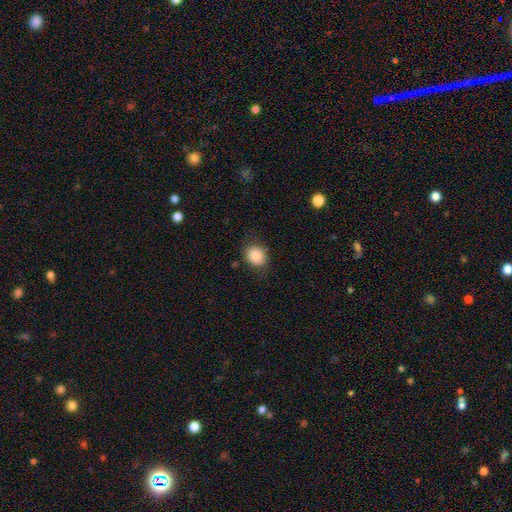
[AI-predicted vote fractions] Smooth or featured? smooth (84%)
How rounded? round (65%)
Merging? none (77%)